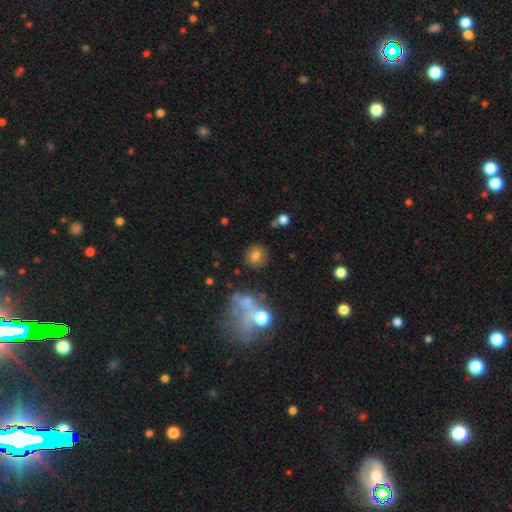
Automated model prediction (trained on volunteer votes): Smooth or featured? smooth (74%)
How rounded? round (86%)
Merging? none (85%)